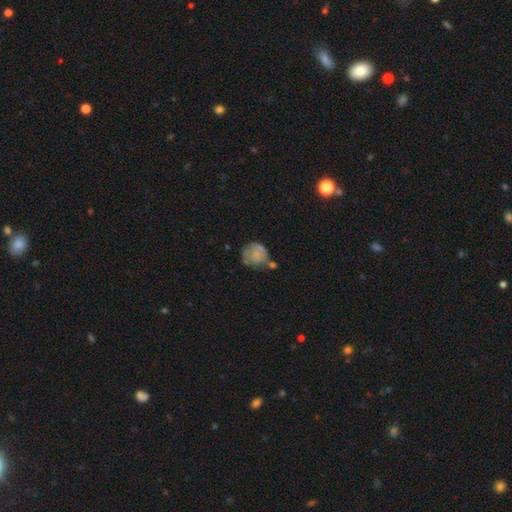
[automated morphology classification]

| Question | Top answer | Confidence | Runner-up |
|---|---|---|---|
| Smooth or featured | smooth | 64% | featured or disk (27%) |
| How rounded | round | 78% | in between (21%) |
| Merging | none | 43% | minor disturbance (27%) |